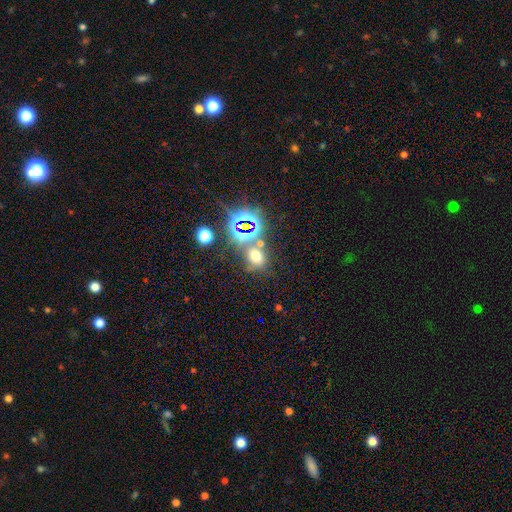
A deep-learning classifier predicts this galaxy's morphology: Smooth or featured: smooth — 52% (star or artifact — 38%)
How rounded: round — 54% (in between — 44%)
Merging: none — 58% (merger — 23%)